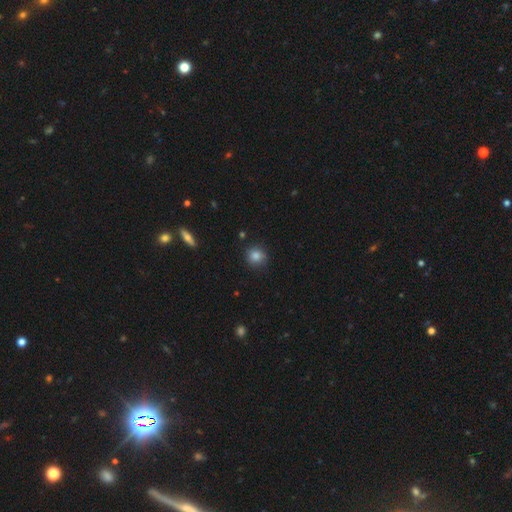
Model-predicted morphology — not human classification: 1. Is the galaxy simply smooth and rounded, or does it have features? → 83% smooth, 11% star or artifact, 6% featured or disk.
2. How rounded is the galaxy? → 87% round, 12% in between, 1% cigar-shaped.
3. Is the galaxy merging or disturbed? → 84% none, 12% minor disturbance, 2% major disturbance, 2% merger.